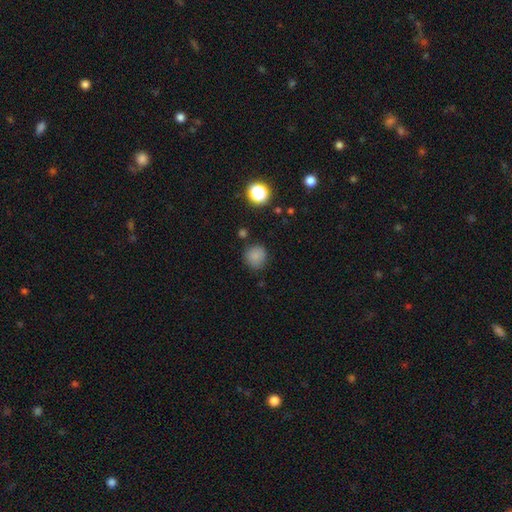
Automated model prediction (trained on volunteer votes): A smooth galaxy with no disk features (82%) that is round (90%). Merging: none (82%).